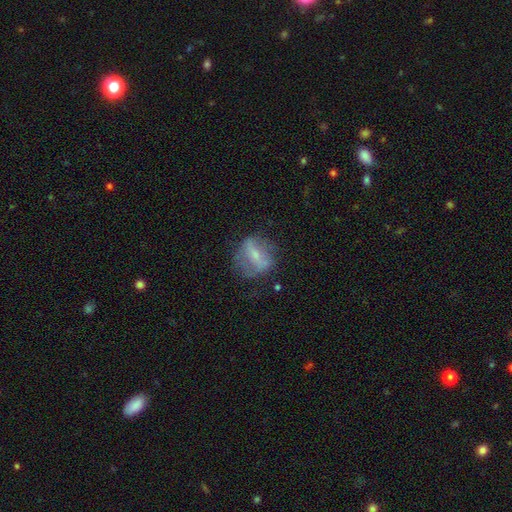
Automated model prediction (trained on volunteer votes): Morphology: type=featured or disk (47%); merging=none (57%).